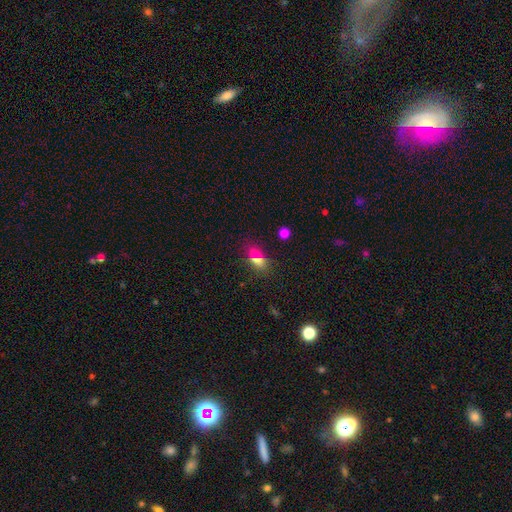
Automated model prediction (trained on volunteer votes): Smooth or featured? Predicted: smooth (p=0.65). How rounded? Predicted: in between (p=0.65). Merging? Predicted: none (p=0.70).